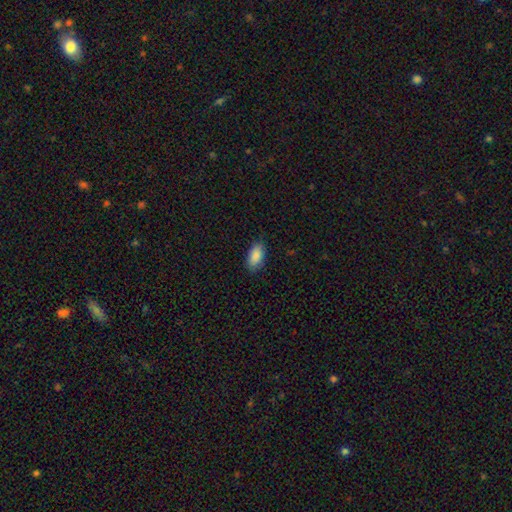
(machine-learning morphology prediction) type=smooth (89%); roundness=in between (93%); merging=none (83%).